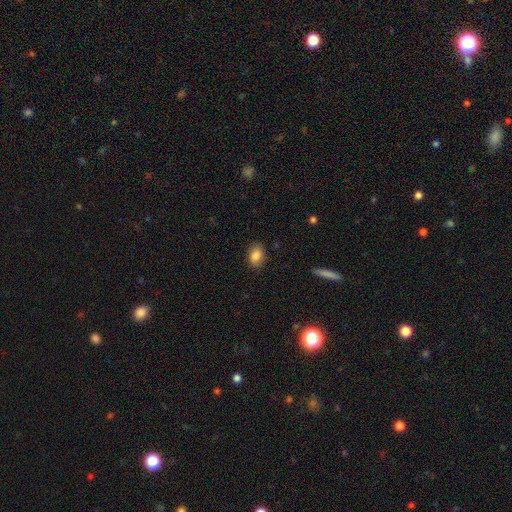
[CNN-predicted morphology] Q: Smooth or featured?
A: smooth (86%); runner-up: star or artifact (8%)
Q: How rounded?
A: in between (83%); runner-up: round (16%)
Q: Merging?
A: none (85%); runner-up: minor disturbance (11%)